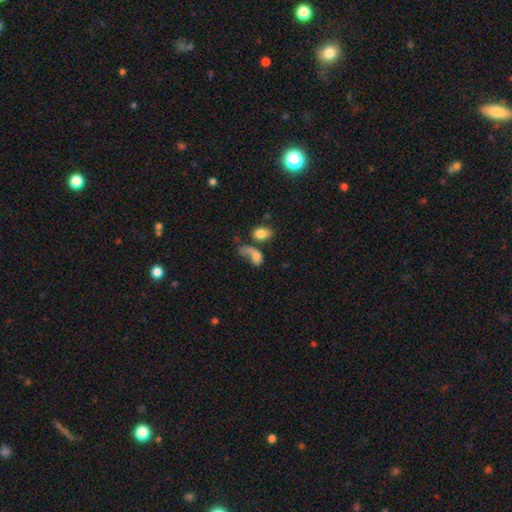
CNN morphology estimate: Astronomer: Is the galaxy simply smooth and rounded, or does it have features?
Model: smooth — 68%.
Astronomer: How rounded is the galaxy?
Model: in between — 74%.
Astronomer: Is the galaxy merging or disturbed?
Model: merger — 39% (runner-up: major disturbance, 28%).